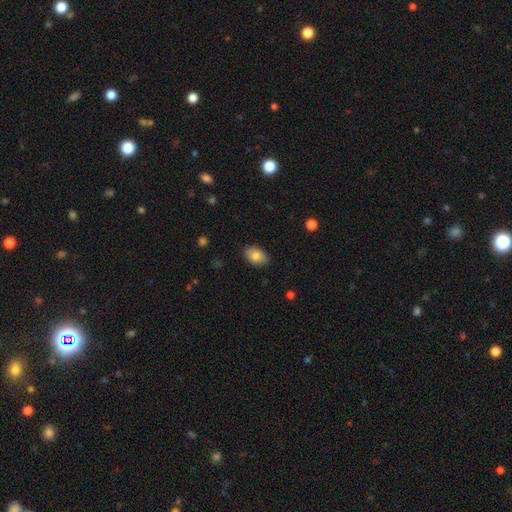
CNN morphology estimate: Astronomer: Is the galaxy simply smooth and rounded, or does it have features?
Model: smooth — 83%.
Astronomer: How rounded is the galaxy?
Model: in between — 87%.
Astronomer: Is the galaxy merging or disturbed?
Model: none — 86%.